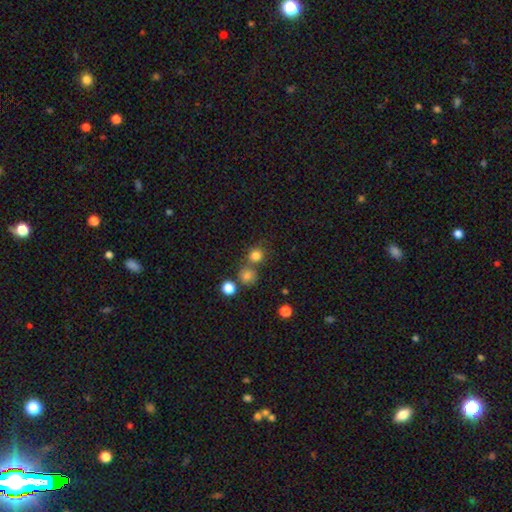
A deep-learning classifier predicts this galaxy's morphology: A smooth galaxy with no disk features (79%) that is round (88%).

Vote fractions:
- Smooth or featured? smooth: 79% / star or artifact: 15% / featured or disk: 6%
- How rounded? round: 88% / in between: 11% / cigar-shaped: 1%
- Merging? none: 64% / merger: 23% / minor disturbance: 9% / major disturbance: 4%